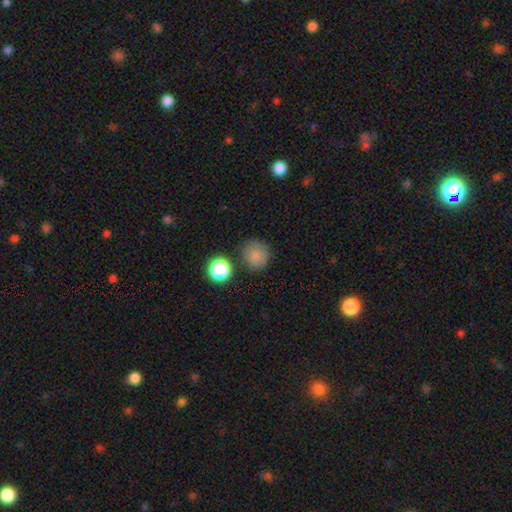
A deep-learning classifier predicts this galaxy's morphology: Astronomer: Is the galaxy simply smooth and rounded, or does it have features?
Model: smooth — 80%.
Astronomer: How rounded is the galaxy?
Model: round — 89%.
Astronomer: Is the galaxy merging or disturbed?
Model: none — 74%.